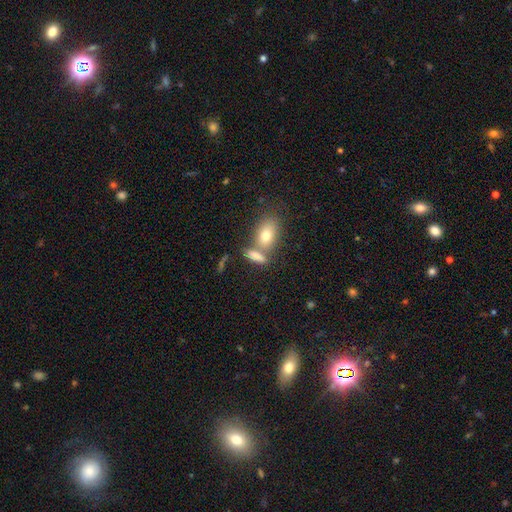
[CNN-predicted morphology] Smooth or featured? smooth (77%)
How rounded? in between (72%)
Merging? none (46%)